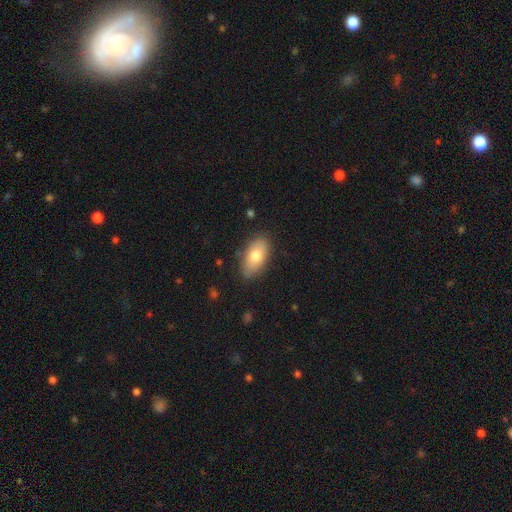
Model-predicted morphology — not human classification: Smooth or featured?
  - smooth: 75% *
  - featured or disk: 19%
  - star or artifact: 6%
How rounded?
  - in between: 93% *
  - round: 4%
  - cigar-shaped: 3%
Merging?
  - none: 82% *
  - minor disturbance: 14%
  - major disturbance: 3%
  - merger: 1%